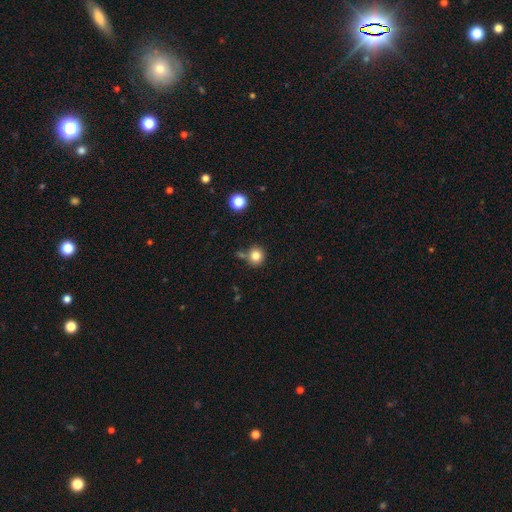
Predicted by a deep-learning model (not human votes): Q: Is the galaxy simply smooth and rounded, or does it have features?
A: smooth — 82%.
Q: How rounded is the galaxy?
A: round — 90%.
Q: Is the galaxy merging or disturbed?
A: none — 75%.